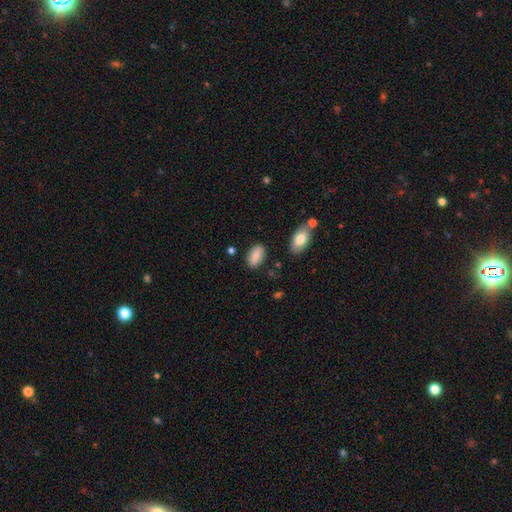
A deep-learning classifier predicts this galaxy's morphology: smooth_or_featured: smooth (p=0.86) [alt: featured or disk p=0.07]
how_rounded: in between (p=0.93) [alt: cigar-shaped p=0.04]
merging: none (p=0.83) [alt: minor disturbance p=0.11]